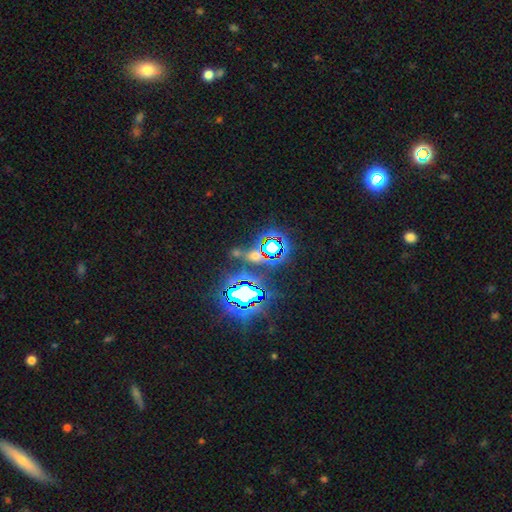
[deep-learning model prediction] Smooth or featured?
  - star or artifact: 71% *
  - smooth: 18%
  - featured or disk: 11%